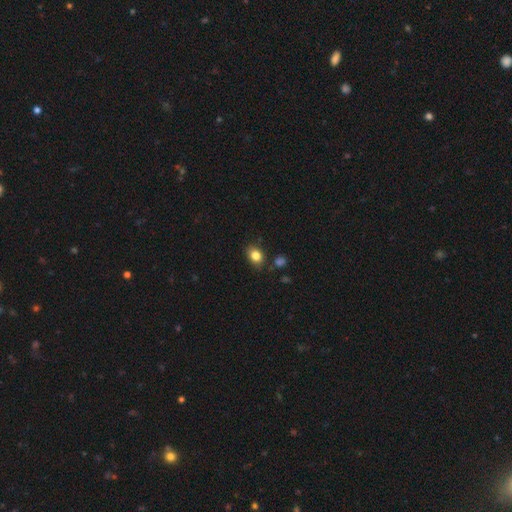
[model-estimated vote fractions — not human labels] This is clearly a smooth galaxy (83%). How rounded: likely in between (62%). Merging: clearly none (80%).